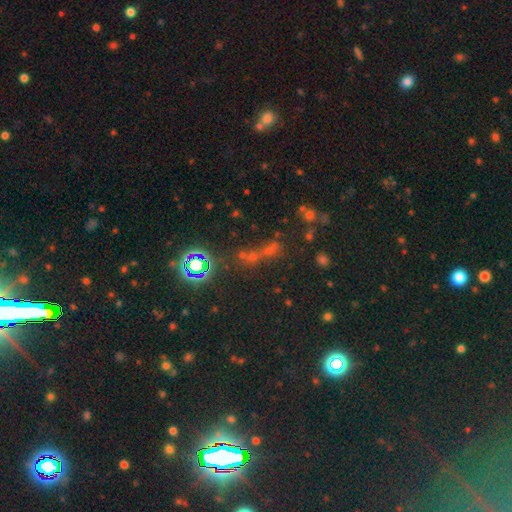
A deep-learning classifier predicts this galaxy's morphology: Overall: star or artifact (58%; smooth 29%).